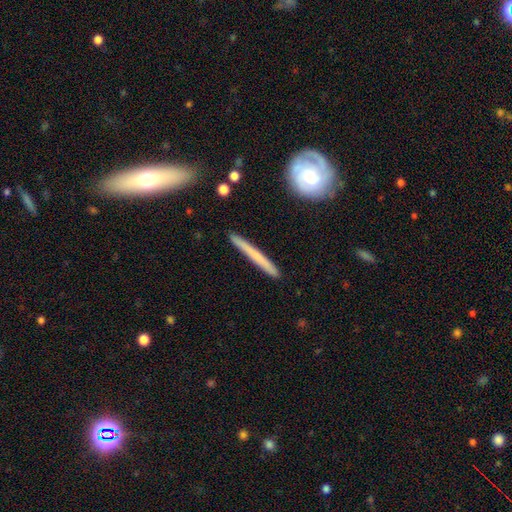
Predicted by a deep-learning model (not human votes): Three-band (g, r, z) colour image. It shows a smooth galaxy with no disk features (53%) that is cigar-shaped (96%). Merging: none (90%).